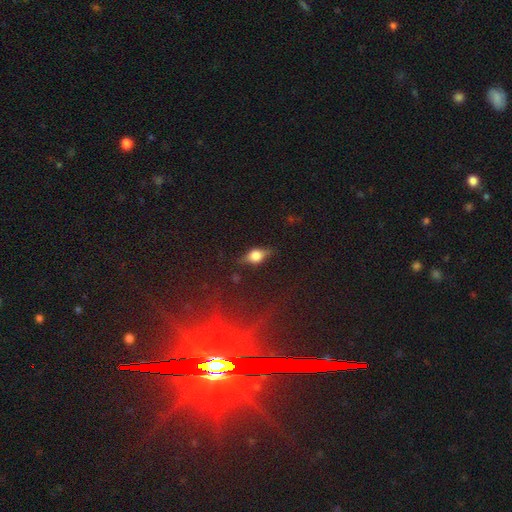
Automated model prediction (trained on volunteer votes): Overall: featured or disk (48%; smooth 42%). Merging: none (80%).